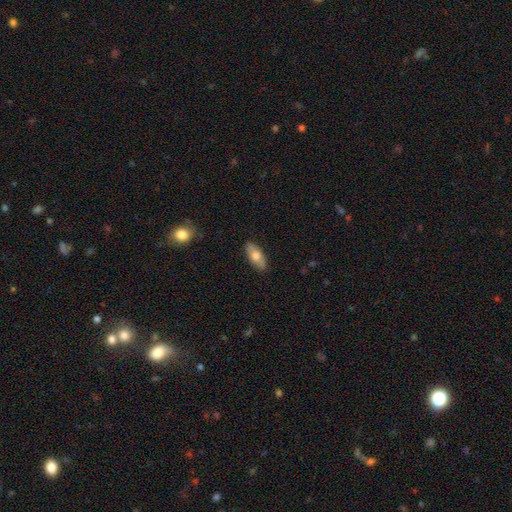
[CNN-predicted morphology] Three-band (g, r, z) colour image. It shows a smooth galaxy with no disk features (67%) that is in between round and cigar-shaped (85%). Merging: none (87%).